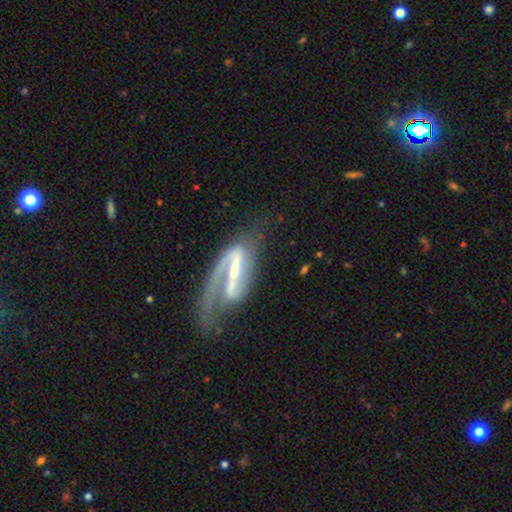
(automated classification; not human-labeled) Smooth or featured: featured or disk — 77% (smooth — 13%)
Edge-on disk: no — 86% (yes — 14%)
Bar: strong — 49% (weak — 32%)
Spiral arms: yes — 83% (no — 17%)
Spiral winding: loose — 40% (medium — 36%)
Spiral arm count: 1 — 45% (2 — 40%)
Bulge size: small — 47% (moderate — 29%)
Merging: none — 40% (major disturbance — 30%)